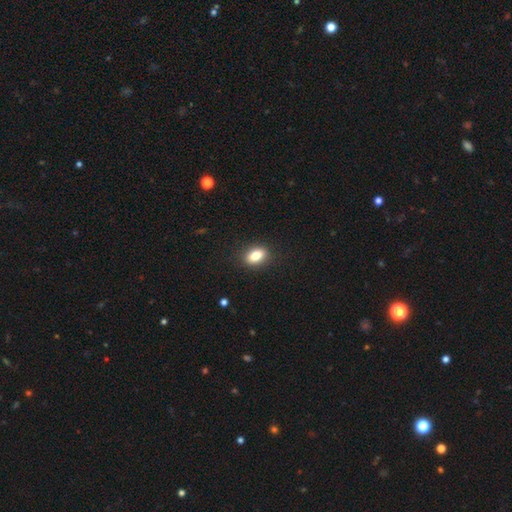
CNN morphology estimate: Overall: smooth (81%). How rounded: in between (81%). Merging: none (88%).